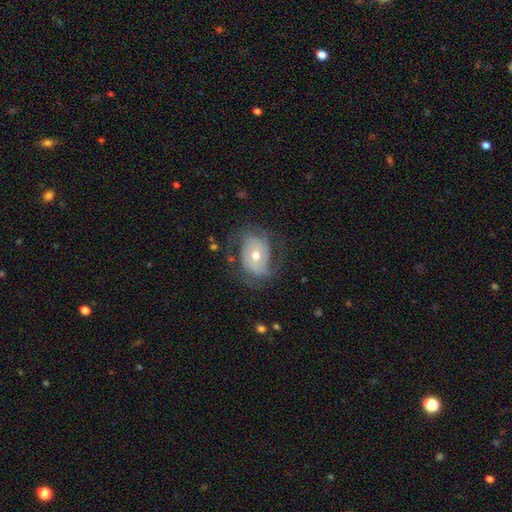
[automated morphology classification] Overall: featured or disk (63%; smooth 30%). Edge-on disk: no (95%). Bar: no (73%). Spiral arms: yes (72%). Bulge size: moderate (65%; small 30%). Merging: none (59%; minor disturbance 23%).